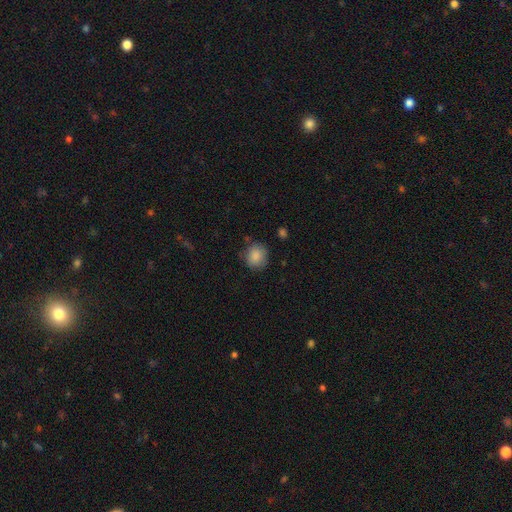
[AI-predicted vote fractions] The model was most divided on "how rounded": round: 80%, in between: 19%, cigar-shaped: 1%. More confident: smooth or featured — smooth (87%); merging — none (78%).